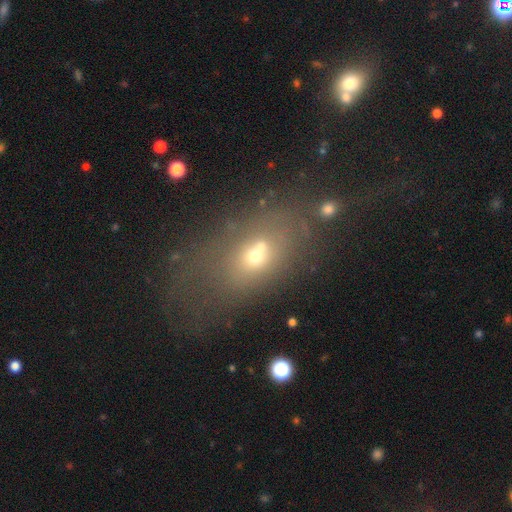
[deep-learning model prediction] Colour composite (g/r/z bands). It shows a smooth galaxy with no disk features (53%) that is in between round and cigar-shaped (67%). Merging: none (42%).